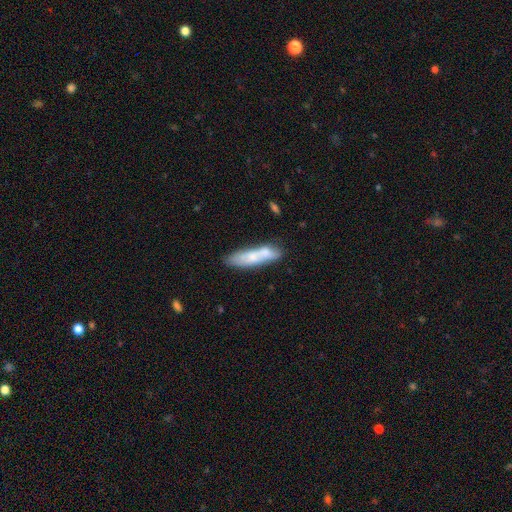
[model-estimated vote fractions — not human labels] Q: Smooth or featured?
A: smooth (62%); runner-up: featured or disk (31%)
Q: How rounded?
A: cigar-shaped (69%); runner-up: in between (29%)
Q: Merging?
A: none (55%); runner-up: merger (20%)